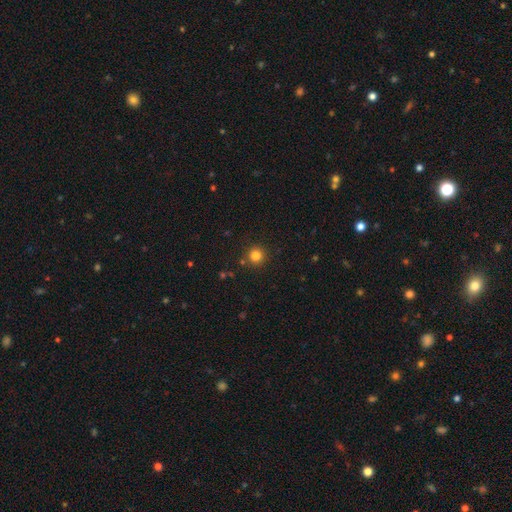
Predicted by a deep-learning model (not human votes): Smooth or featured?
  - smooth: 82% *
  - star or artifact: 13%
  - featured or disk: 5%
How rounded?
  - round: 95% *
  - in between: 4%
  - cigar-shaped: 1%
Merging?
  - none: 89% *
  - minor disturbance: 6%
  - merger: 3%
  - major disturbance: 2%